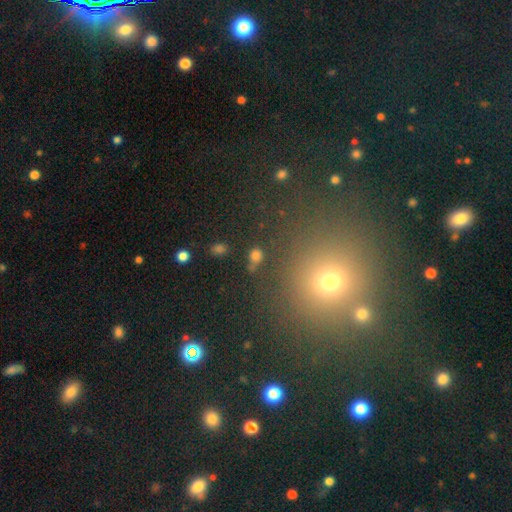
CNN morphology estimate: Overall: smooth (73%). How rounded: round (59%; in between 38%). Merging: none (68%).